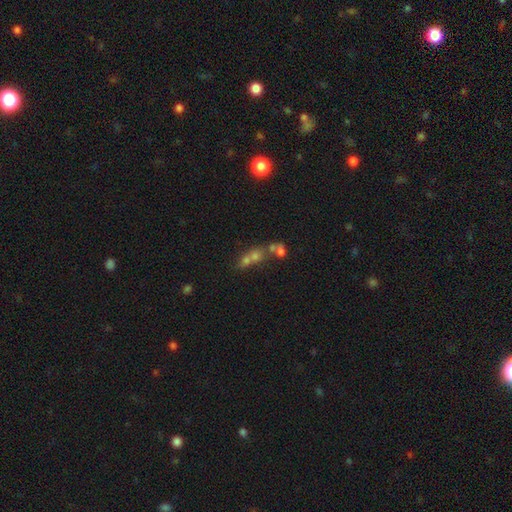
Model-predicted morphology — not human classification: Smooth or featured?
  - smooth: 45% *
  - featured or disk: 28%
  - star or artifact: 28%
Merging?
  - merger: 52% *
  - none: 34%
  - minor disturbance: 8%
  - major disturbance: 7%